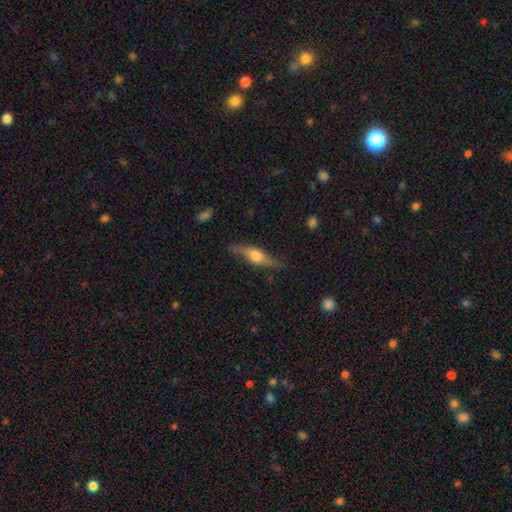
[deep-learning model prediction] A featured or disk galaxy (68%) viewed edge-on (94%) with a rounded central bulge (93%).

Vote fractions:
- Smooth or featured? featured or disk: 68% / smooth: 25% / star or artifact: 6%
- Edge-on disk? yes: 94% / no: 6%
- Edge-on bulge? rounded: 93% / boxy: 5% / none: 2%
- Merging? none: 82% / minor disturbance: 14% / major disturbance: 3% / merger: 1%